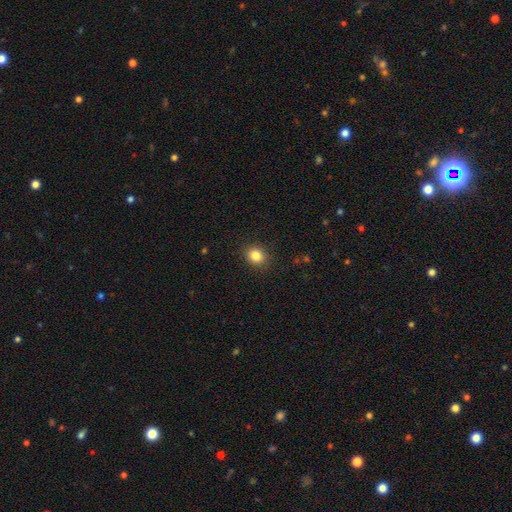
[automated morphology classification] smooth_or_featured: smooth (p=0.85) [alt: star or artifact p=0.11]
how_rounded: round (p=0.72) [alt: in between p=0.27]
merging: none (p=0.89) [alt: minor disturbance p=0.07]